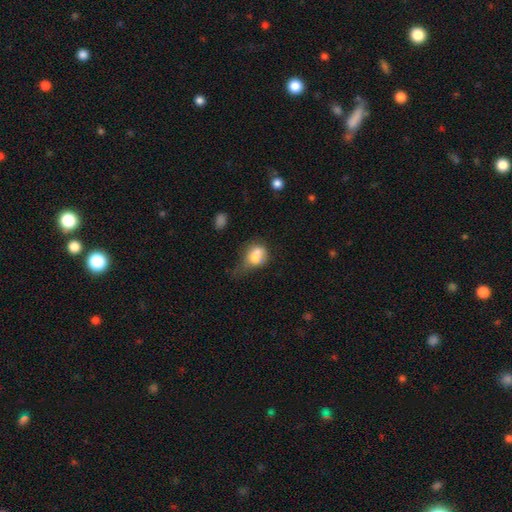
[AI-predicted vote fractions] smooth-or-featured: smooth: 67% | featured or disk: 22% | star or artifact: 11%
  how-rounded: in between: 53% | round: 45% | cigar-shaped: 2%
  merging: merger: 38% | minor disturbance: 22% | none: 21% | major disturbance: 19%